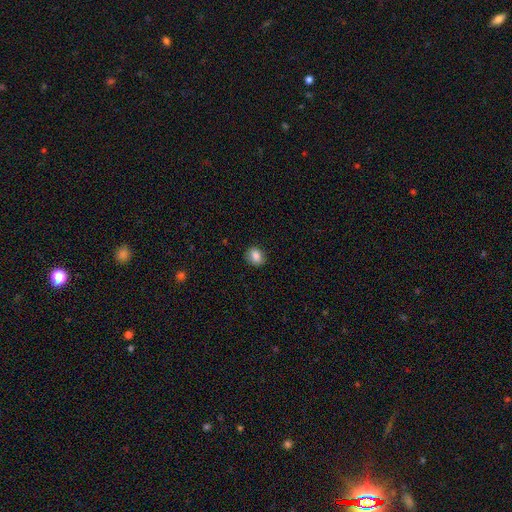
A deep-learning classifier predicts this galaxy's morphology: smooth 86%, star or artifact 9%, featured or disk 5%. Down the decision tree: how rounded — round (50%); merging — none (84%).